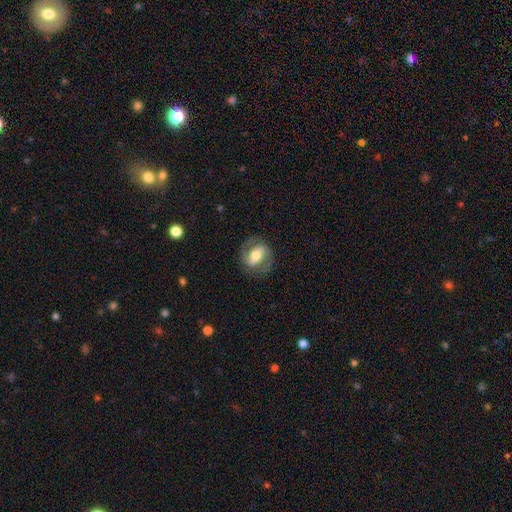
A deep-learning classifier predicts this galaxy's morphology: Smooth or featured? Predicted: featured or disk (p=0.64). Edge-on disk? Predicted: no (p=0.95). Bar? Predicted: strong (p=0.44). Spiral arms? Predicted: yes (p=0.77). Bulge size? Predicted: moderate (p=0.61). Merging? Predicted: none (p=0.77).